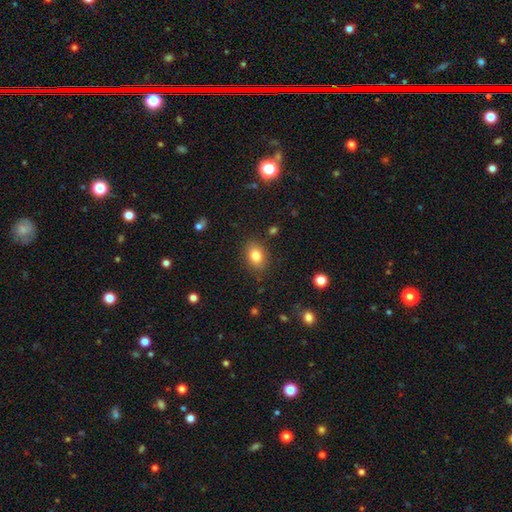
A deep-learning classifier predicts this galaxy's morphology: Q: Smooth or featured?
A: smooth (82%); runner-up: star or artifact (9%)
Q: How rounded?
A: in between (76%); runner-up: round (22%)
Q: Merging?
A: none (85%); runner-up: minor disturbance (11%)